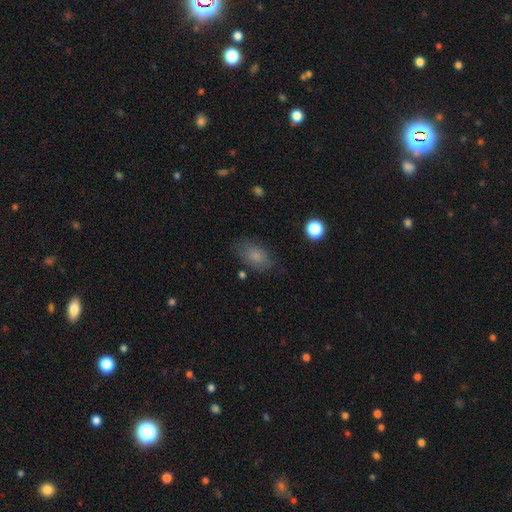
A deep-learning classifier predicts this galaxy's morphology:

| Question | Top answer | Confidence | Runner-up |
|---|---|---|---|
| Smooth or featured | smooth | 78% | featured or disk (11%) |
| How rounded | in between | 88% | round (10%) |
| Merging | none | 76% | minor disturbance (17%) |